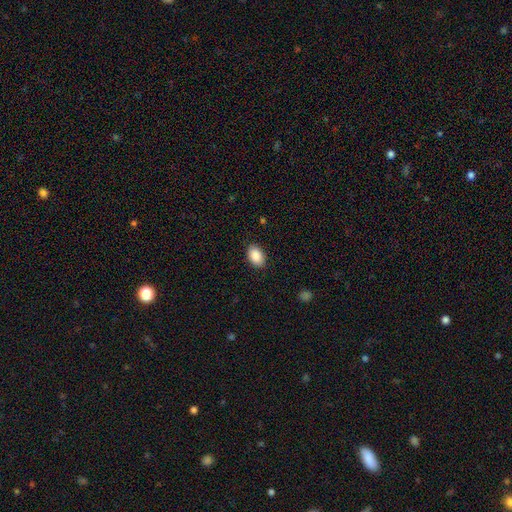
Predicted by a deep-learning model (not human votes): Smooth or featured?
  - smooth: 89% *
  - star or artifact: 7%
  - featured or disk: 4%
How rounded?
  - in between: 89% *
  - round: 10%
  - cigar-shaped: 1%
Merging?
  - none: 87% *
  - minor disturbance: 9%
  - major disturbance: 2%
  - merger: 1%